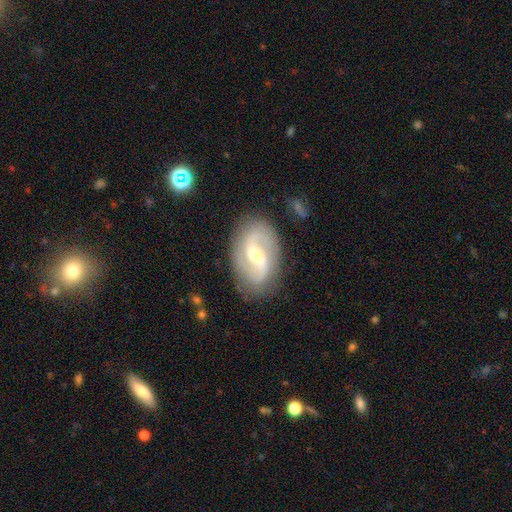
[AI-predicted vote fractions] Smooth or featured? Predicted: featured or disk (p=0.86). Edge-on disk? Predicted: no (p=0.97). Bar? Predicted: weak (p=0.50). Spiral arms? Predicted: yes (p=0.96). Spiral winding? Predicted: medium (p=0.48). Spiral arm count? Predicted: 2 (p=0.91). Bulge size? Predicted: moderate (p=0.51). Merging? Predicted: none (p=0.83).